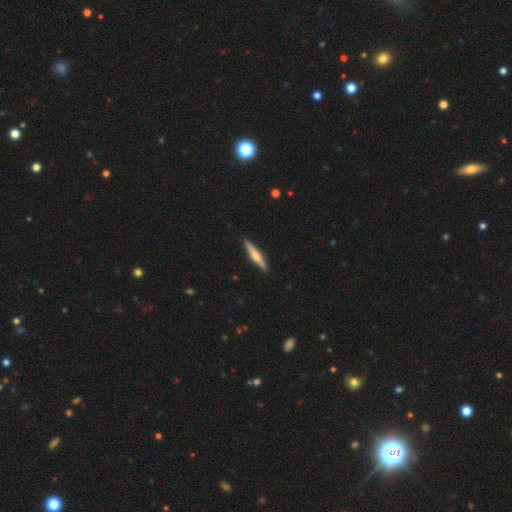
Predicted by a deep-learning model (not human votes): Morphology: type=featured or disk (58%); edge-on=yes (97%); edge-on bulge=rounded (85%); merging=none (91%).